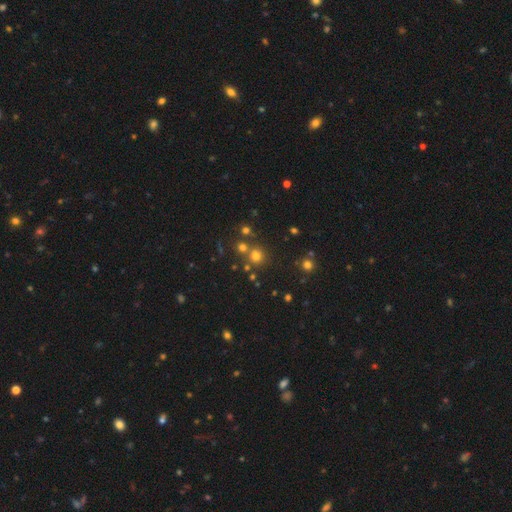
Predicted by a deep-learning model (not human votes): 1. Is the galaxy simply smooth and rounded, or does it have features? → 67% smooth, 25% star or artifact, 8% featured or disk.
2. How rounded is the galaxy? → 89% round, 10% in between, 1% cigar-shaped.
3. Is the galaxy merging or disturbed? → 68% none, 21% merger, 8% minor disturbance, 3% major disturbance.